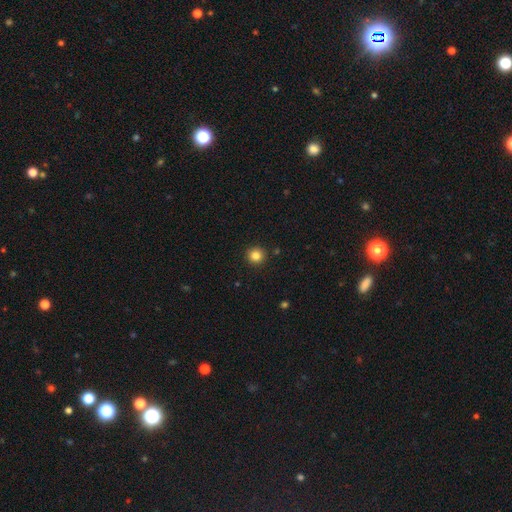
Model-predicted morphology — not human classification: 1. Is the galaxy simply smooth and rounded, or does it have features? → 84% smooth, 11% star or artifact, 5% featured or disk.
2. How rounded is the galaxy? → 94% round, 5% in between, 1% cigar-shaped.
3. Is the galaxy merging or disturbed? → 92% none, 5% minor disturbance, 2% major disturbance, 1% merger.